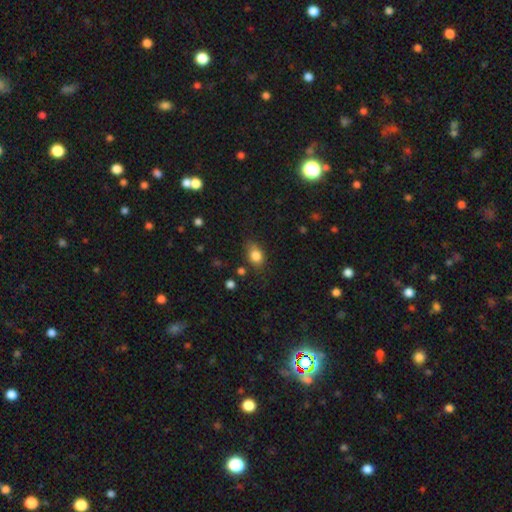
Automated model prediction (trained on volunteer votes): smooth 82%, star or artifact 10%, featured or disk 8%. Down the decision tree: how rounded — in between (70%); merging — none (68%).